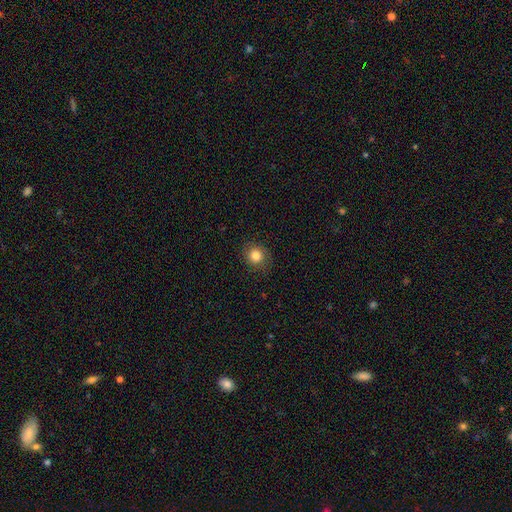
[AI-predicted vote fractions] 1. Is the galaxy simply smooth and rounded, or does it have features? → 82% smooth, 11% star or artifact, 7% featured or disk.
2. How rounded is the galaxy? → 80% round, 19% in between, 1% cigar-shaped.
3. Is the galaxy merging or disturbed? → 84% none, 12% minor disturbance, 3% major disturbance, 1% merger.